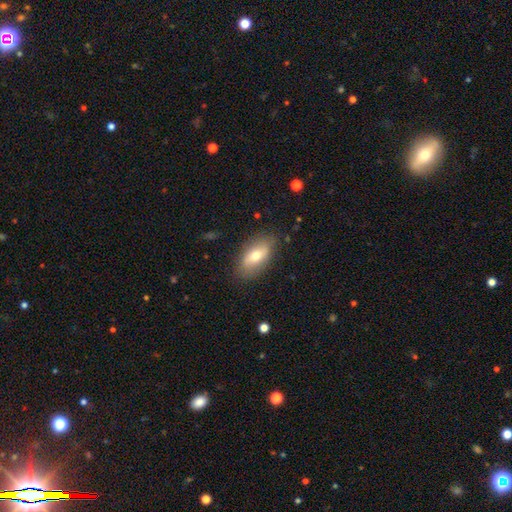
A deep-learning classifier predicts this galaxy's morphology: Smooth or featured: smooth — 62% (featured or disk — 31%)
How rounded: in between — 89% (cigar-shaped — 6%)
Merging: none — 81% (minor disturbance — 14%)